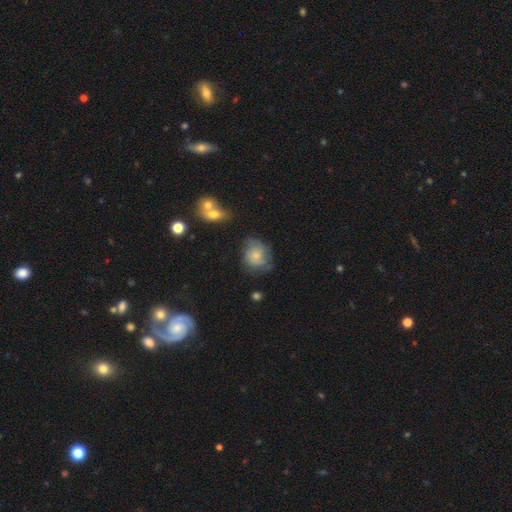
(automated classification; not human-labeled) Smooth or featured?
  - smooth: 53% *
  - featured or disk: 39%
  - star or artifact: 9%
How rounded?
  - round: 60% *
  - in between: 39%
  - cigar-shaped: 1%
Merging?
  - none: 54% *
  - minor disturbance: 30%
  - major disturbance: 13%
  - merger: 4%